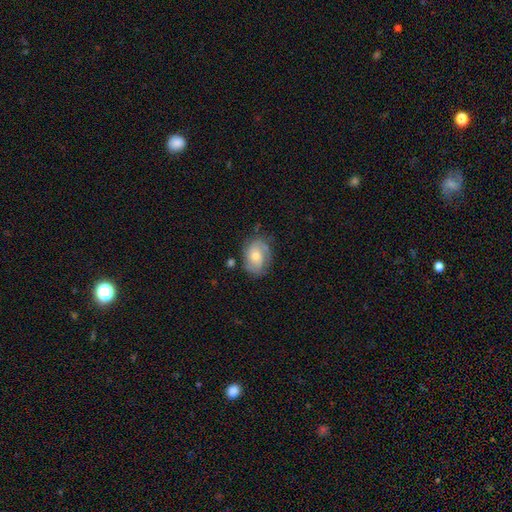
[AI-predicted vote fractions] A smooth galaxy with no disk features (47%). Merging: none (64%).